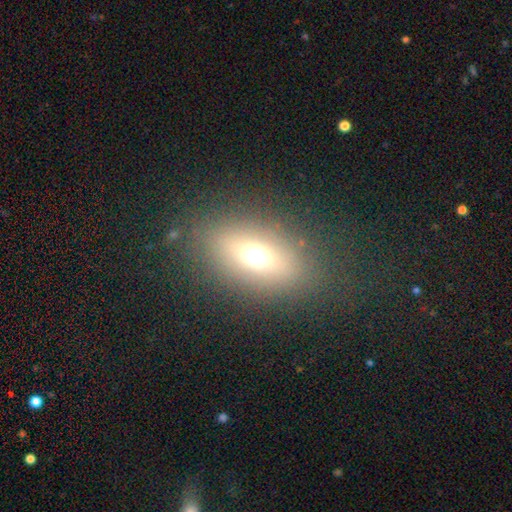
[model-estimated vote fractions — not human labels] Smooth or featured? Predicted: smooth (p=0.61). How rounded? Predicted: in between (p=0.74). Merging? Predicted: none (p=0.83).